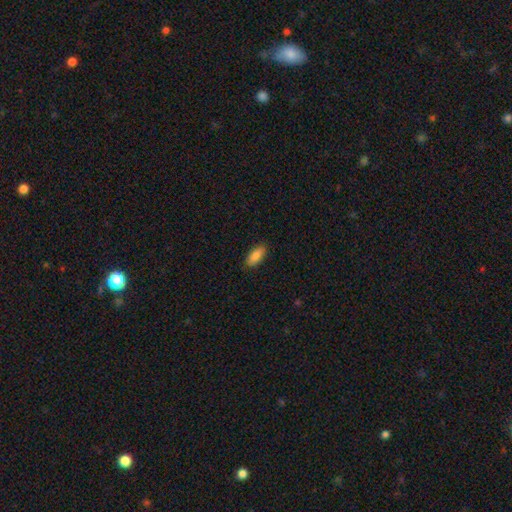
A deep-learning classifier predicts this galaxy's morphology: Smooth or featured?
  - smooth: 86% *
  - featured or disk: 8%
  - star or artifact: 6%
How rounded?
  - in between: 81% *
  - cigar-shaped: 17%
  - round: 2%
Merging?
  - none: 87% *
  - minor disturbance: 10%
  - major disturbance: 2%
  - merger: 1%